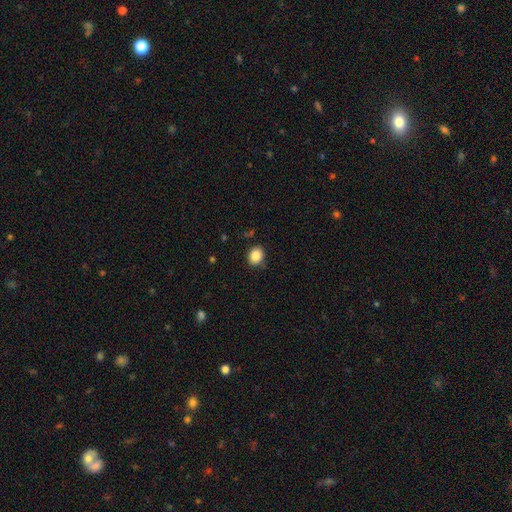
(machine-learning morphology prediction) Smooth or featured: smooth — 87% (star or artifact — 9%)
How rounded: round — 60% (in between — 40%)
Merging: none — 83% (minor disturbance — 13%)